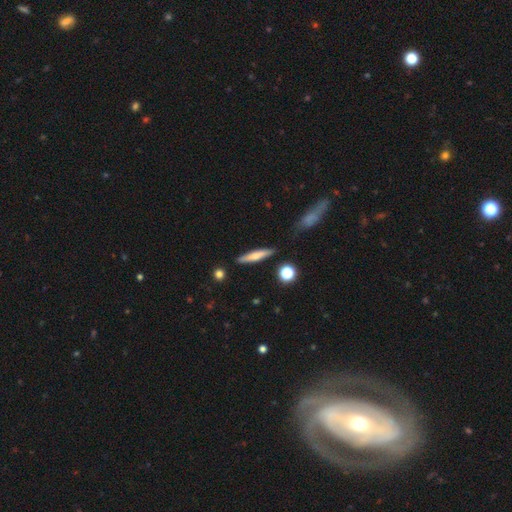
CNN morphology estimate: Q: Smooth or featured?
A: smooth (56%); runner-up: featured or disk (37%)
Q: How rounded?
A: cigar-shaped (86%); runner-up: in between (12%)
Q: Merging?
A: none (86%); runner-up: minor disturbance (9%)